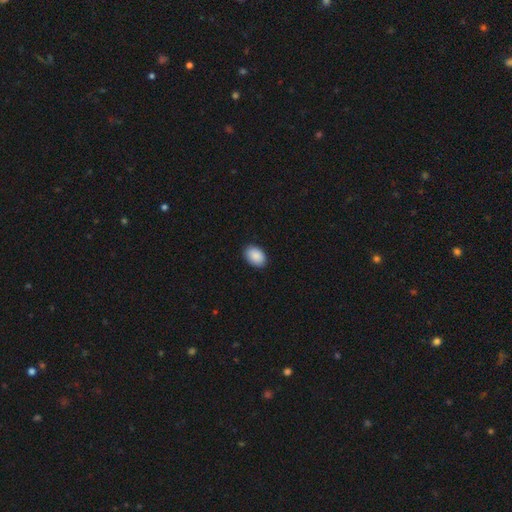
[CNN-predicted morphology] Overall: smooth (90%). How rounded: in between (84%). Merging: none (89%).